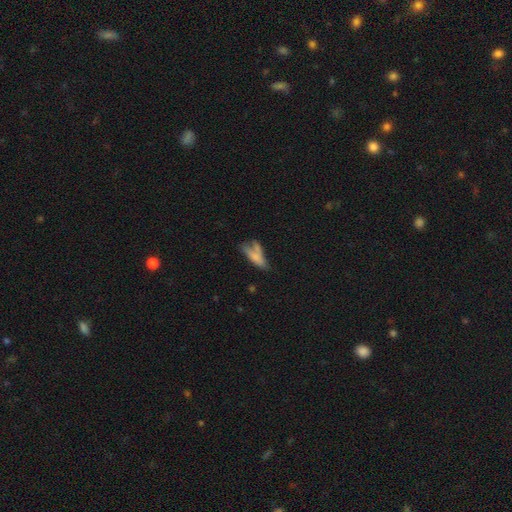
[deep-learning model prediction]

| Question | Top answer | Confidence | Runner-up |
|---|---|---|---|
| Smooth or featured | smooth | 62% | featured or disk (27%) |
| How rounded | in between | 55% | cigar-shaped (41%) |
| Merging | none | 32% | merger (28%) |